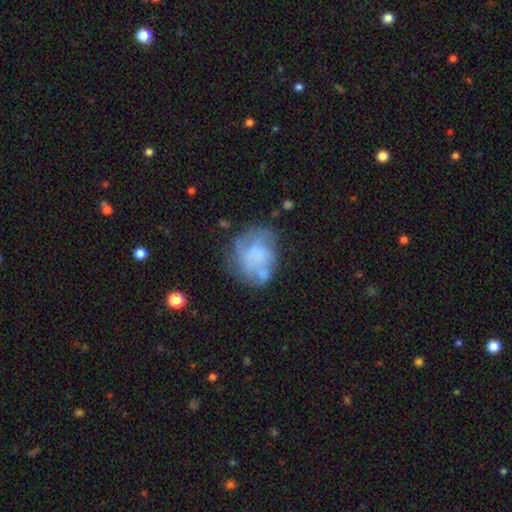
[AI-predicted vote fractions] Smooth or featured? Predicted: featured or disk (p=0.48). Merging? Predicted: none (p=0.48).